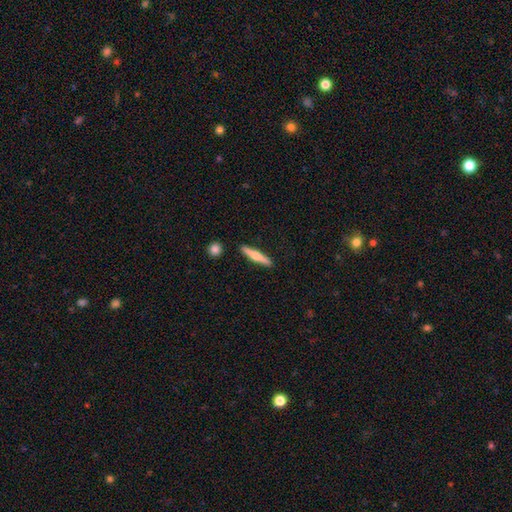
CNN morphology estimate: Q: Smooth or featured?
A: featured or disk (48%); runner-up: smooth (47%)
Q: Merging?
A: none (89%); runner-up: minor disturbance (7%)